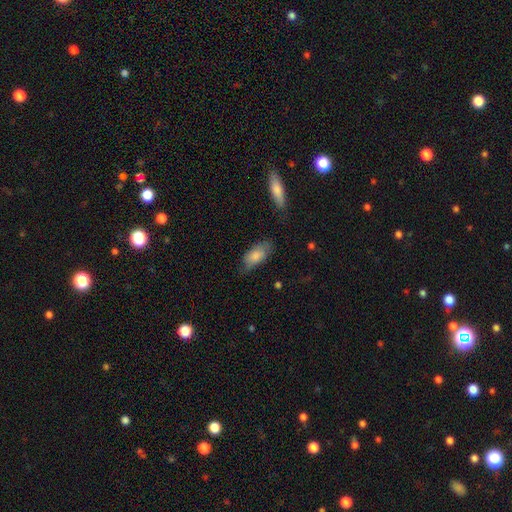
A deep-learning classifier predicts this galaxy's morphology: smooth_or_featured: smooth (p=0.80) [alt: featured or disk p=0.13]
how_rounded: in between (p=0.88) [alt: cigar-shaped p=0.10]
merging: none (p=0.60) [alt: minor disturbance p=0.30]